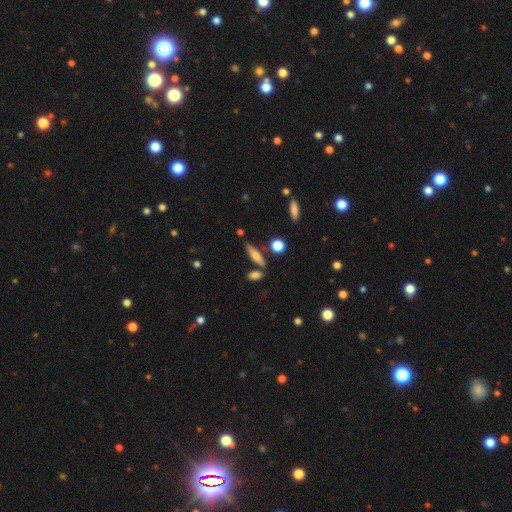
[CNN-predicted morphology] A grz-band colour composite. It shows a smooth galaxy with no disk features (61%) that is cigar-shaped (67%). Merging: none (75%).